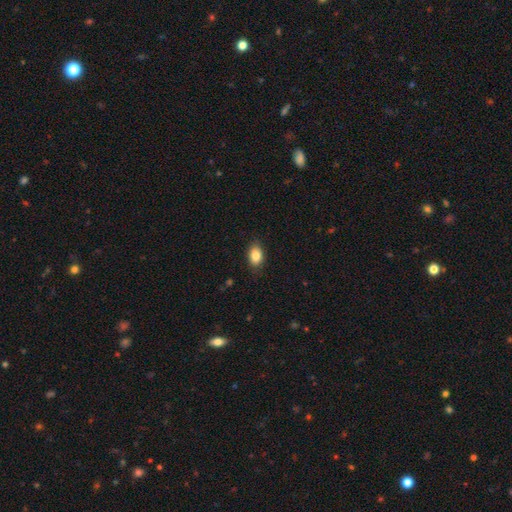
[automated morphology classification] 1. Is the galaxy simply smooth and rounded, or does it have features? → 85% smooth, 8% star or artifact, 7% featured or disk.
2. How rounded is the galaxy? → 84% in between, 14% round, 2% cigar-shaped.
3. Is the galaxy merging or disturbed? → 85% none, 12% minor disturbance, 3% major disturbance, 1% merger.